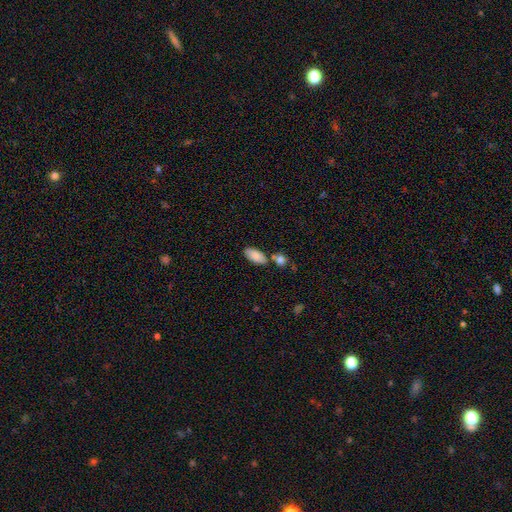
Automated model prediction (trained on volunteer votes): smooth-or-featured: smooth: 85% | featured or disk: 9% | star or artifact: 6%
  how-rounded: in between: 90% | cigar-shaped: 8% | round: 2%
  merging: none: 67% | merger: 16% | minor disturbance: 14% | major disturbance: 3%